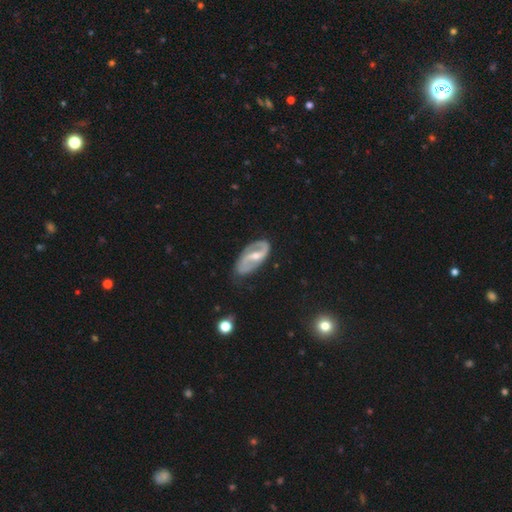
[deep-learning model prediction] This is clearly a featured or disk galaxy (85%). It is clearly not viewed edge-on (95%). Bar: marginally strong (41%). Spiral arm pattern: clearly yes (91%). Spiral arm count: clearly 2 (85%). Spiral winding: marginally medium (44%). Central bulge: possibly moderate (49%). Merging: likely none (68%).